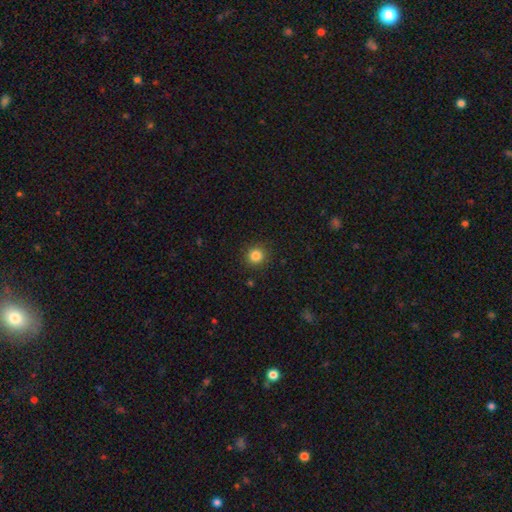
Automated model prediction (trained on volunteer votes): Overall: smooth (84%). How rounded: round (92%). Merging: none (90%).